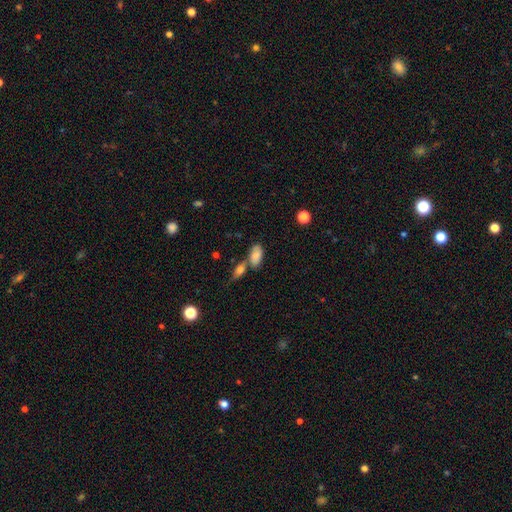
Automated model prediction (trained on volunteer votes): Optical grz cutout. It shows a smooth galaxy with no disk features (75%) that is in between round and cigar-shaped (90%). Merging: none (46%).